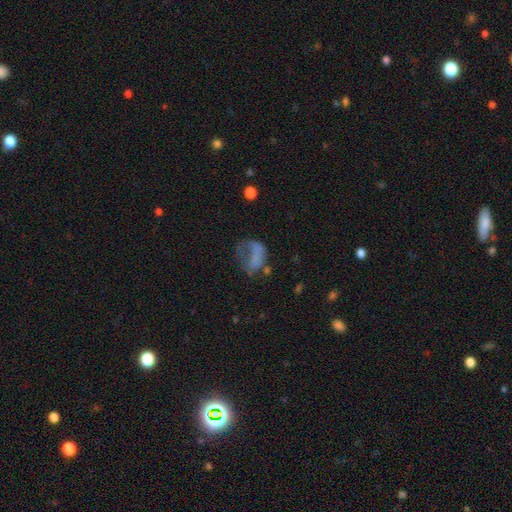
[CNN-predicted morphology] smooth_or_featured: smooth (p=0.53) [alt: featured or disk p=0.33]
how_rounded: in between (p=0.64) [alt: round p=0.34]
merging: major disturbance (p=0.48) [alt: none p=0.25]